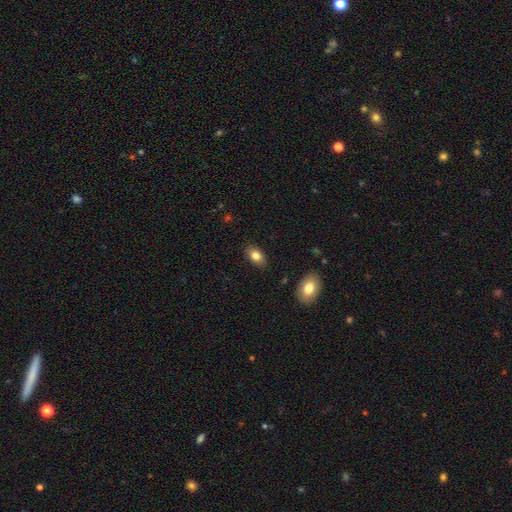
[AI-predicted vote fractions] smooth 81%, featured or disk 10%, star or artifact 9%. Down the decision tree: how rounded — in between (86%); merging — none (86%).